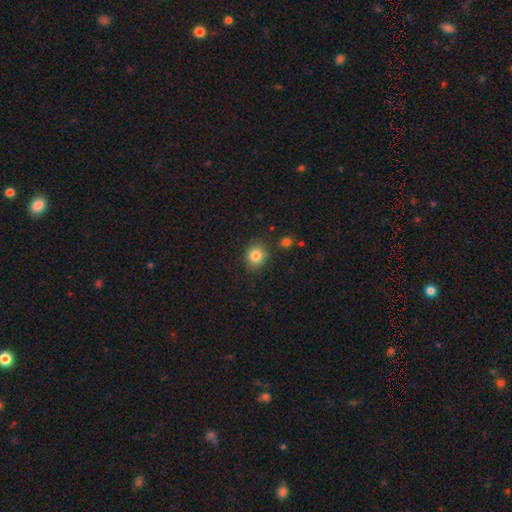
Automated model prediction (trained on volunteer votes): Smooth or featured: smooth — 84% (star or artifact — 10%)
How rounded: round — 76% (in between — 23%)
Merging: none — 85% (minor disturbance — 10%)